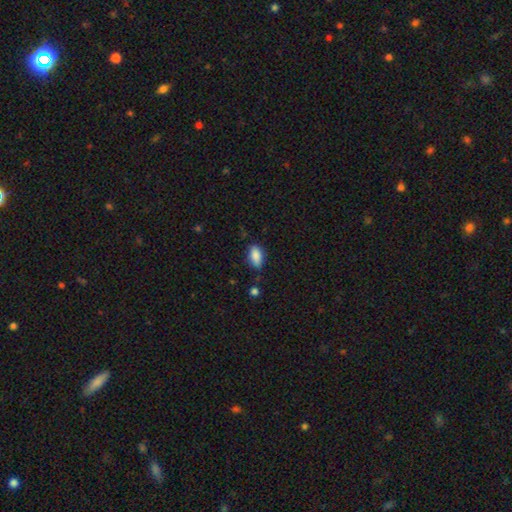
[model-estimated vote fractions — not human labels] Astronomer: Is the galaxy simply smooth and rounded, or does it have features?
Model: smooth — 86%.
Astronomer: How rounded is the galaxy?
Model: in between — 90%.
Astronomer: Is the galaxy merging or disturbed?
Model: none — 72%.